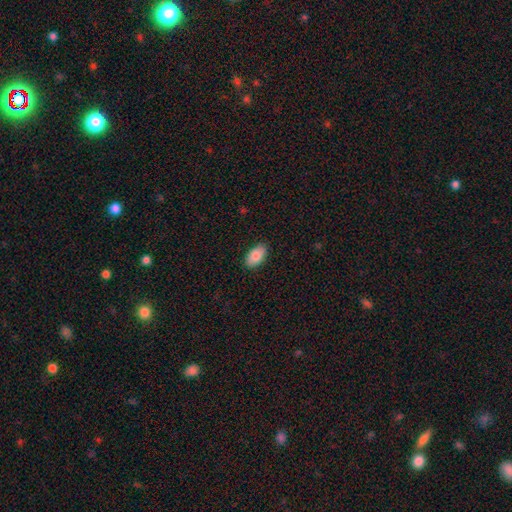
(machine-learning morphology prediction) Q: Smooth or featured?
A: smooth (84%); runner-up: featured or disk (10%)
Q: How rounded?
A: in between (95%); runner-up: round (3%)
Q: Merging?
A: none (88%); runner-up: minor disturbance (9%)